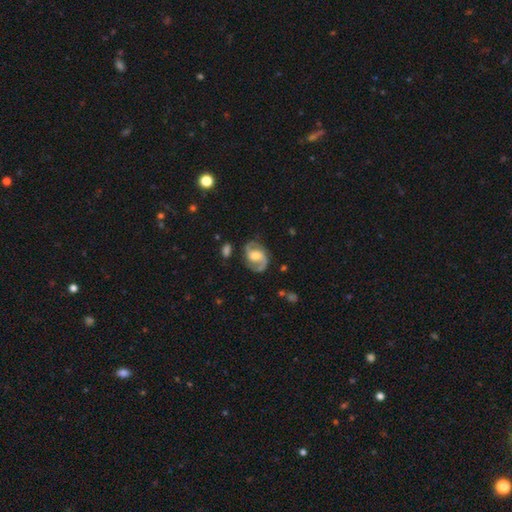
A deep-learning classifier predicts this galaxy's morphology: This is clearly a featured or disk galaxy (83%). It is clearly not viewed edge-on (98%). Bar: marginally weak (44%). Spiral arm pattern: clearly yes (95%). Spiral arm count: clearly 2 (90%). Spiral winding: possibly medium (53%). Central bulge: likely moderate (63%). Merging: likely none (76%).